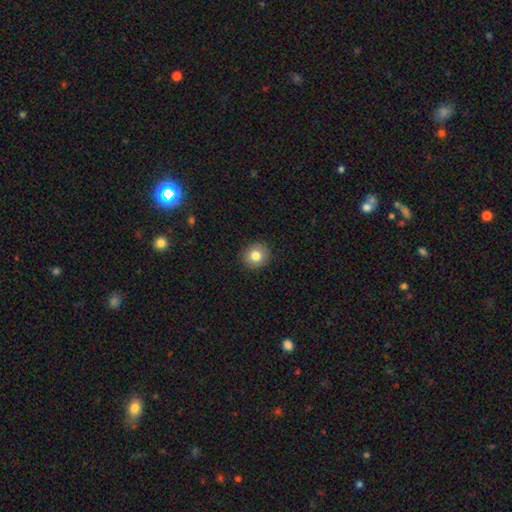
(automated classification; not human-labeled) Smooth or featured?
  - smooth: 81% *
  - star or artifact: 10%
  - featured or disk: 9%
How rounded?
  - round: 91% *
  - in between: 8%
  - cigar-shaped: 1%
Merging?
  - none: 92% *
  - minor disturbance: 5%
  - major disturbance: 2%
  - merger: 1%